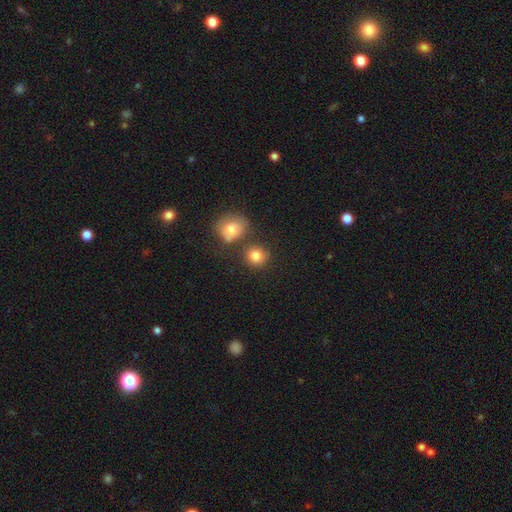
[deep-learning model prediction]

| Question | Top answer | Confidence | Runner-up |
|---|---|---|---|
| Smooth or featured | smooth | 82% | star or artifact (11%) |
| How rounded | round | 87% | in between (12%) |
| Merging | none | 71% | merger (15%) |